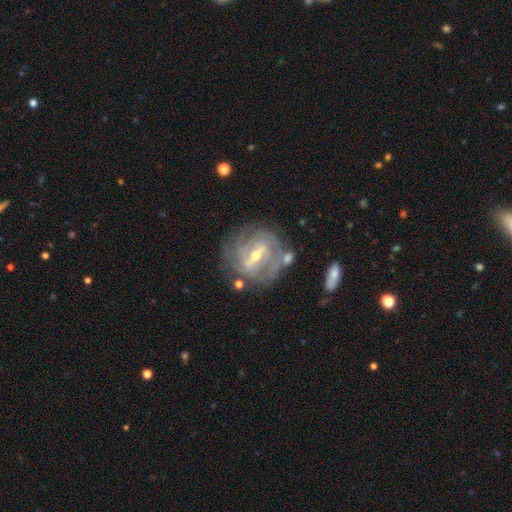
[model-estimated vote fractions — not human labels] Q: Smooth or featured?
A: featured or disk (84%); runner-up: smooth (10%)
Q: Edge-on disk?
A: no (94%); runner-up: yes (6%)
Q: Bar?
A: strong (45%); runner-up: weak (41%)
Q: Spiral arms?
A: yes (85%); runner-up: no (15%)
Q: Spiral winding?
A: tight (63%); runner-up: medium (28%)
Q: Spiral arm count?
A: can't tell (40%); runner-up: 2 (29%)
Q: Bulge size?
A: moderate (49%); runner-up: small (47%)
Q: Merging?
A: none (70%); runner-up: minor disturbance (16%)